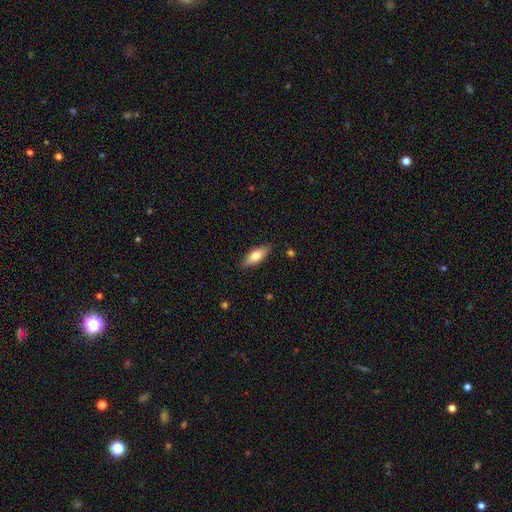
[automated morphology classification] Q: Smooth or featured?
A: smooth (71%); runner-up: featured or disk (23%)
Q: How rounded?
A: in between (69%); runner-up: cigar-shaped (29%)
Q: Merging?
A: none (86%); runner-up: minor disturbance (10%)